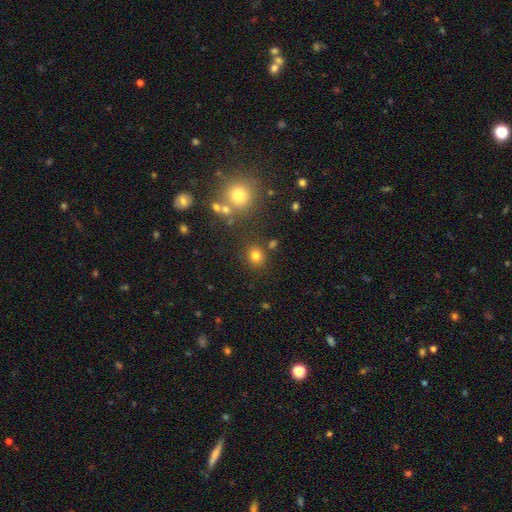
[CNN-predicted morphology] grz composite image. It shows a smooth galaxy with no disk features (78%) that is round (82%). Merging: none (83%).